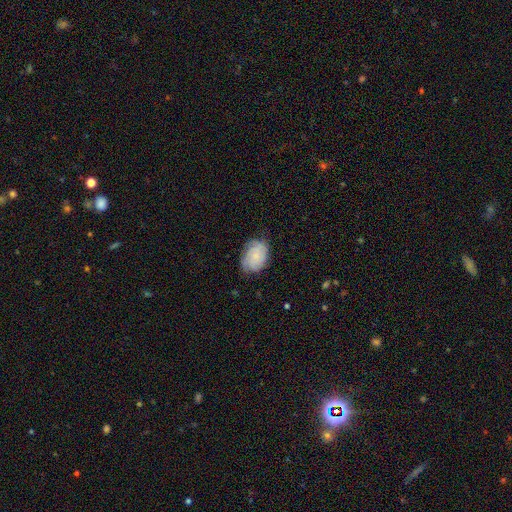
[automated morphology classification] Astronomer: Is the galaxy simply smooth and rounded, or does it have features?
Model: featured or disk — 53% (runner-up: smooth, 38%).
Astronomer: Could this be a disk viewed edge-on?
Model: no — 98%.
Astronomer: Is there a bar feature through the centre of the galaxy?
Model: no — 80%.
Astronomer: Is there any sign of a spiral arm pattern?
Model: yes — 89%.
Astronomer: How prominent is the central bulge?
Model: small — 68%.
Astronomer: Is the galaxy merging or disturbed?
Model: none — 71%.